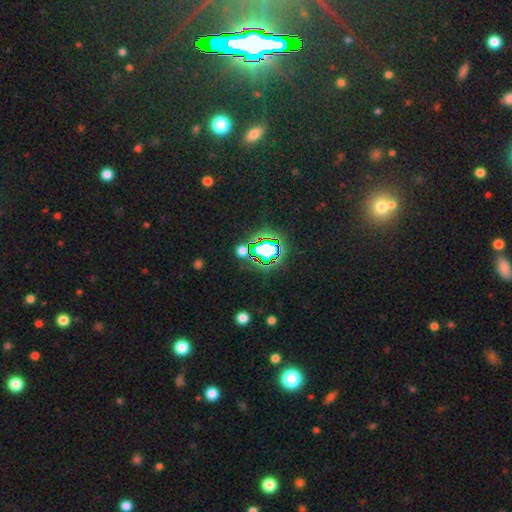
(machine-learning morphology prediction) Smooth or featured? Predicted: star or artifact (p=0.81).